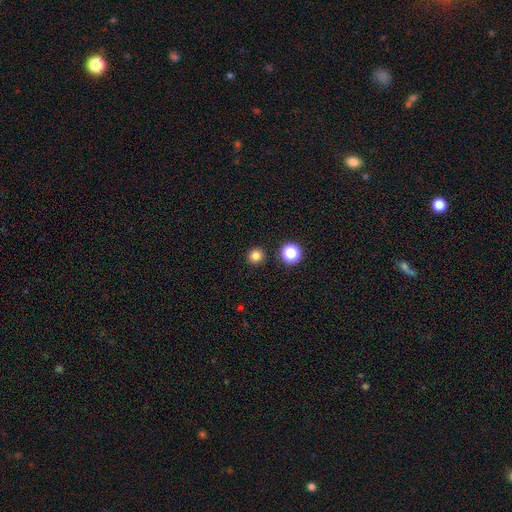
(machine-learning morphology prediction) smooth_or_featured: smooth (p=0.81) [alt: star or artifact p=0.15]
how_rounded: round (p=0.93) [alt: in between p=0.06]
merging: none (p=0.91) [alt: minor disturbance p=0.05]